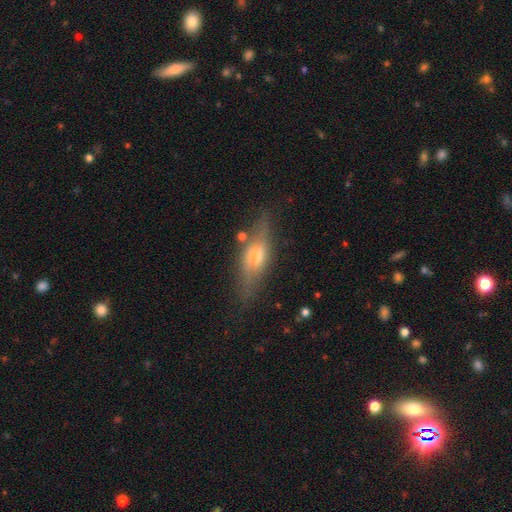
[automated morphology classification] Smooth or featured? featured or disk (63%)
Edge-on disk? yes (77%)
Merging? none (73%)